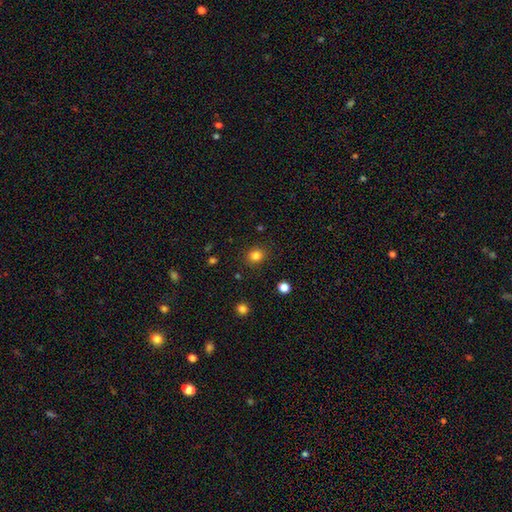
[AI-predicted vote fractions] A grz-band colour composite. It shows a smooth galaxy with no disk features (83%) that is round (73%). Merging: none (87%).